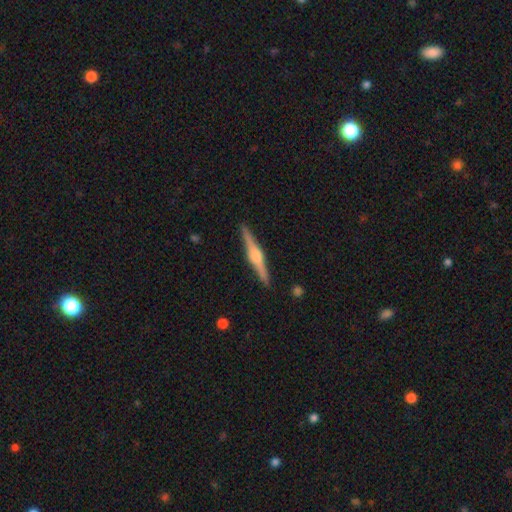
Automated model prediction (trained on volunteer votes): A featured or disk galaxy (79%) viewed edge-on (98%) with a rounded central bulge (87%). Merging: none (92%).